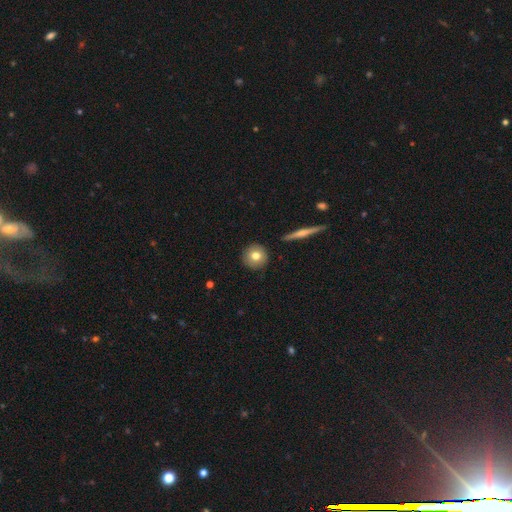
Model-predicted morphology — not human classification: Smooth or featured?
  - smooth: 74% *
  - featured or disk: 17%
  - star or artifact: 8%
How rounded?
  - round: 93% *
  - in between: 6%
  - cigar-shaped: 1%
Merging?
  - none: 90% *
  - minor disturbance: 6%
  - merger: 2%
  - major disturbance: 2%